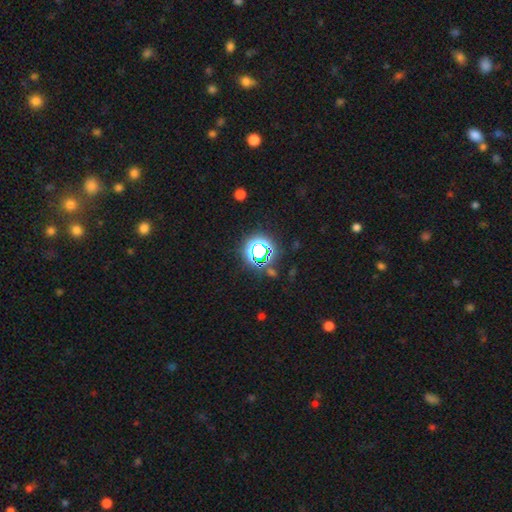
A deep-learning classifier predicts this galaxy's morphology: star or artifact 69%, smooth 21%, featured or disk 10%.